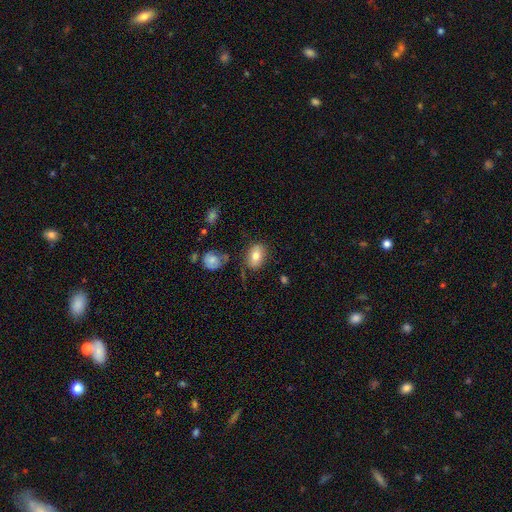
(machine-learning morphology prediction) Smooth or featured? Predicted: smooth (p=0.76). How rounded? Predicted: in between (p=0.80). Merging? Predicted: none (p=0.73).